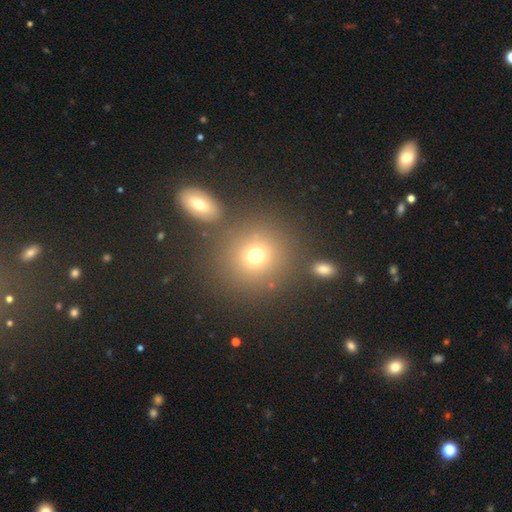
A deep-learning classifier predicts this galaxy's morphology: Smooth or featured?
  - smooth: 72% *
  - star or artifact: 17%
  - featured or disk: 11%
How rounded?
  - round: 87% *
  - in between: 12%
  - cigar-shaped: 1%
Merging?
  - none: 74% *
  - merger: 13%
  - minor disturbance: 9%
  - major disturbance: 4%